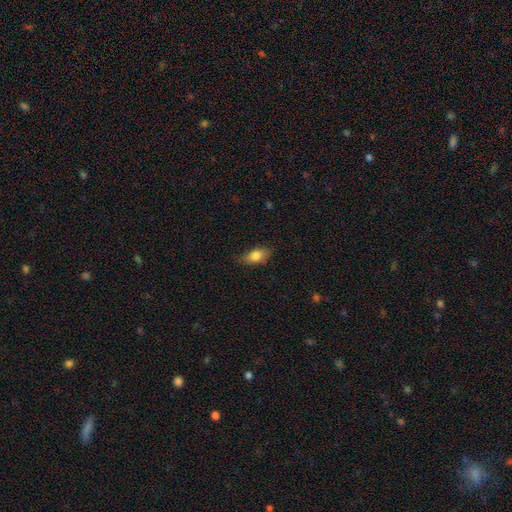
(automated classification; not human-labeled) A smooth galaxy with no disk features (79%) that is in between round and cigar-shaped (84%). Merging: none (75%).